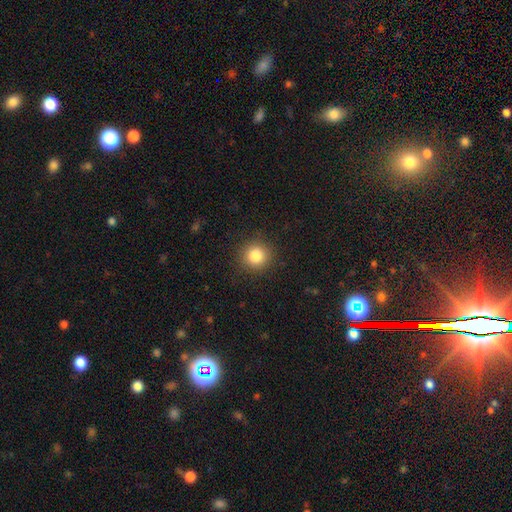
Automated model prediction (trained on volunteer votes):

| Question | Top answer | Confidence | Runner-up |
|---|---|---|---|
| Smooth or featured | smooth | 84% | star or artifact (11%) |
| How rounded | round | 93% | in between (7%) |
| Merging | none | 90% | minor disturbance (6%) |